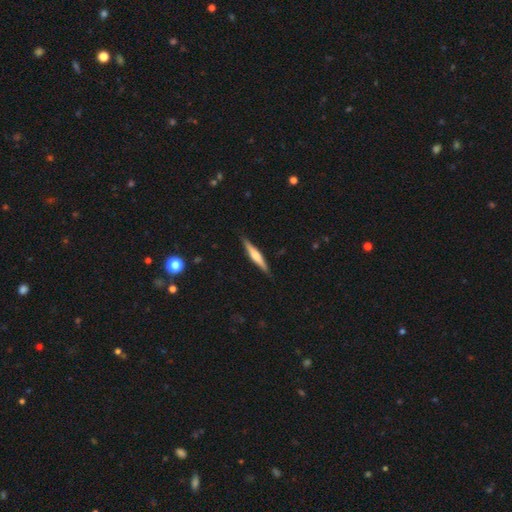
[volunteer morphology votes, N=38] Overall: featured or disk (63%; smooth 29%). Edge-on disk: yes (100%). Edge-on bulge: rounded (58%; none 29%). Merging: none (80%).